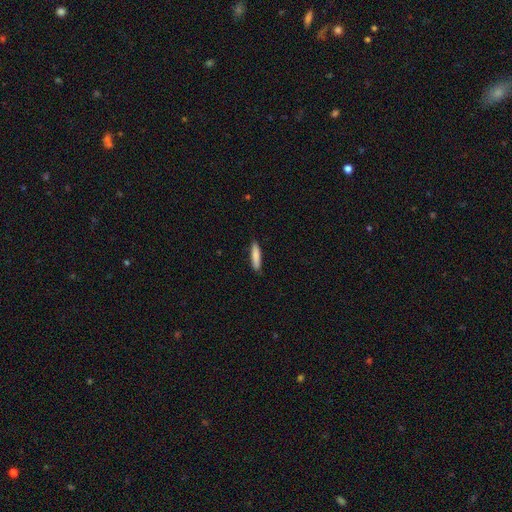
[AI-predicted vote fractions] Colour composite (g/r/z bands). It shows a smooth galaxy with no disk features (85%) that is cigar-shaped (83%). Merging: none (87%).